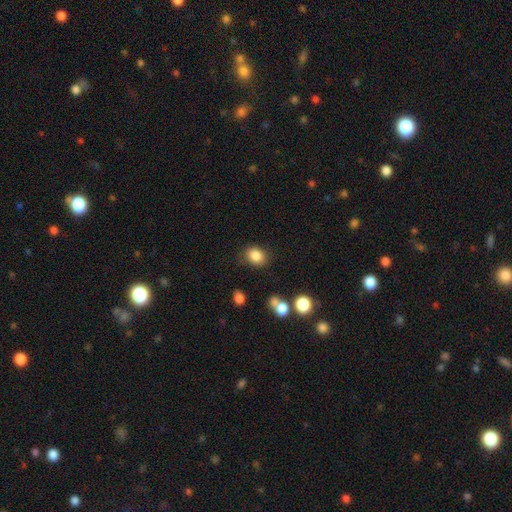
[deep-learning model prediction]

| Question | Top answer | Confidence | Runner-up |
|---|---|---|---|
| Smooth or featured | smooth | 85% | star or artifact (10%) |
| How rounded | round | 50% | in between (49%) |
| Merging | none | 79% | minor disturbance (14%) |